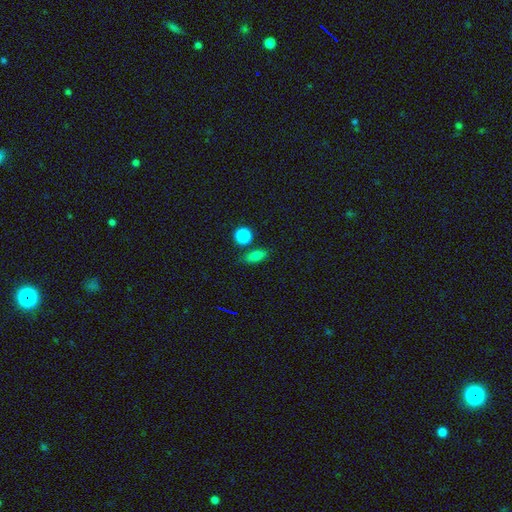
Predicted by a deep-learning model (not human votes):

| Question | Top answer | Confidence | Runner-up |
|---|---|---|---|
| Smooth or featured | smooth | 79% | star or artifact (13%) |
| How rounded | in between | 69% | round (16%) |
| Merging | none | 73% | minor disturbance (14%) |